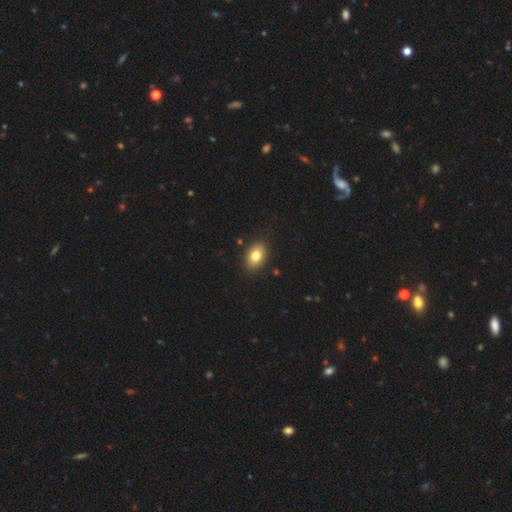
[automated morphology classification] Smooth or featured? smooth (80%)
How rounded? in between (84%)
Merging? none (89%)